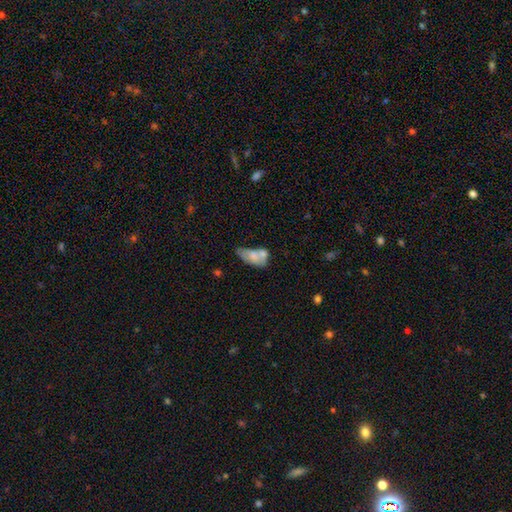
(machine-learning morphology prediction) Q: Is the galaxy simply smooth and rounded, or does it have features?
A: smooth — 63%.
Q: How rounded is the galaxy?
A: in between — 89%.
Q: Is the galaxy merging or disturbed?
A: merger — 41%.